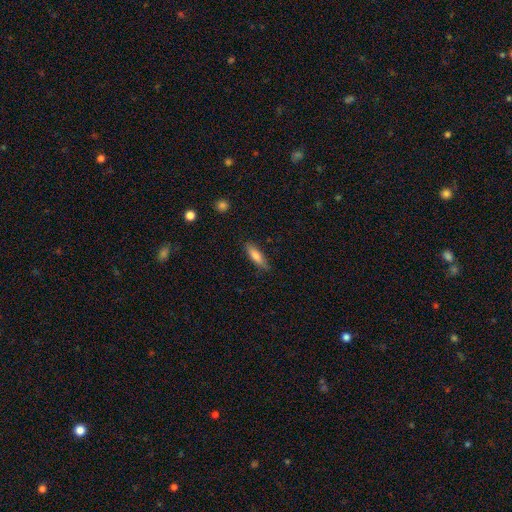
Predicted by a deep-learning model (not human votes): Q: Smooth or featured?
A: smooth (77%); runner-up: featured or disk (17%)
Q: How rounded?
A: cigar-shaped (61%); runner-up: in between (37%)
Q: Merging?
A: none (83%); runner-up: minor disturbance (14%)